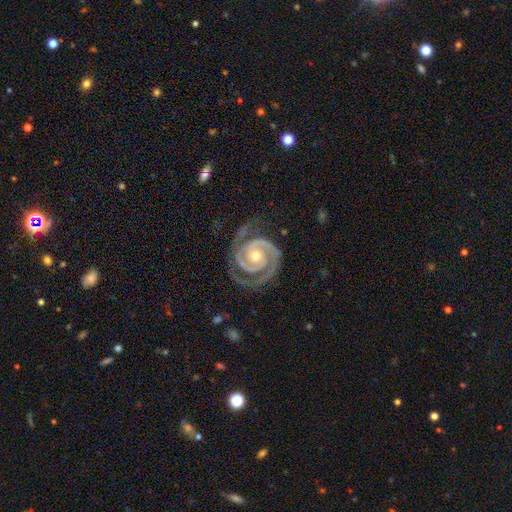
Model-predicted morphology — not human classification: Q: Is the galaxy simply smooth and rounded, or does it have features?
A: featured or disk — 94%.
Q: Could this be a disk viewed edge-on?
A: no — 98%.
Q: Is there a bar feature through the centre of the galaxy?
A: no — 70%.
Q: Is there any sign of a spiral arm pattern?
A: yes — 99%.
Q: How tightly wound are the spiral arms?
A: tight — 73%.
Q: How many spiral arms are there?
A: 2 — 87%.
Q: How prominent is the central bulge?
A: moderate — 64%.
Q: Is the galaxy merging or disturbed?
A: none — 76%.